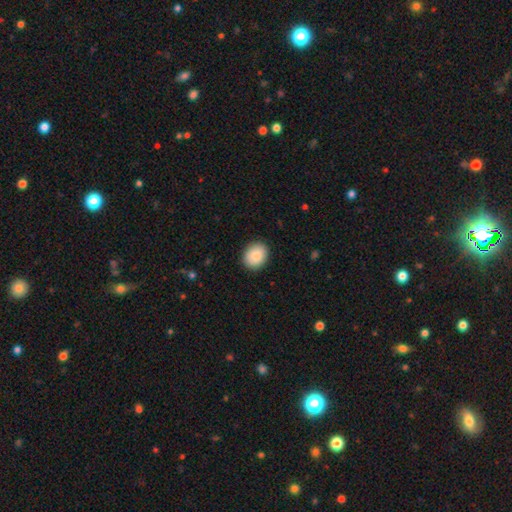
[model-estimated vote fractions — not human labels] Smooth or featured? smooth (86%)
How rounded? round (54%)
Merging? none (90%)